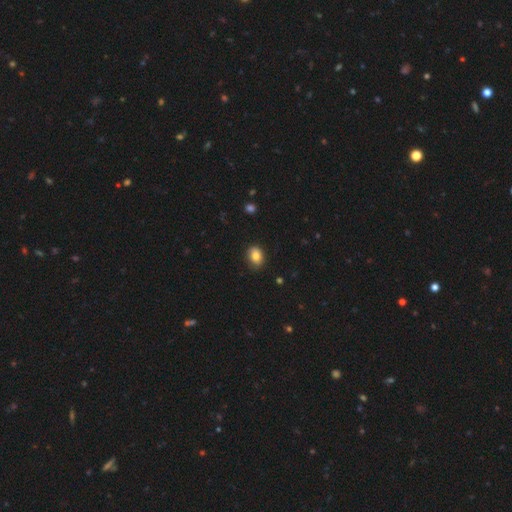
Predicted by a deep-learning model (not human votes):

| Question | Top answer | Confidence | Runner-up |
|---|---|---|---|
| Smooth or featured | smooth | 83% | star or artifact (9%) |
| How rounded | in between | 66% | round (33%) |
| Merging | none | 83% | minor disturbance (14%) |